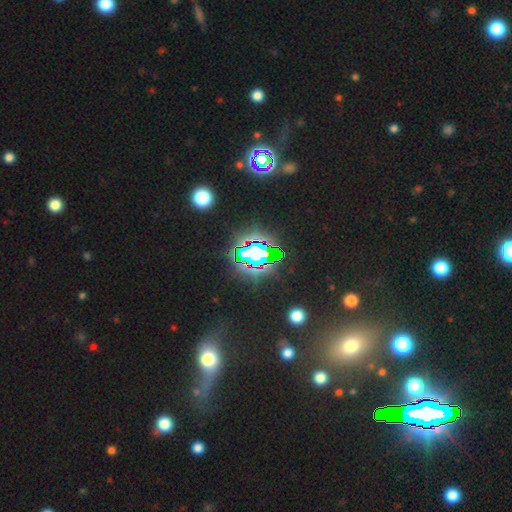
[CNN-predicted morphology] Q: Smooth or featured?
A: star or artifact (73%); runner-up: smooth (16%)